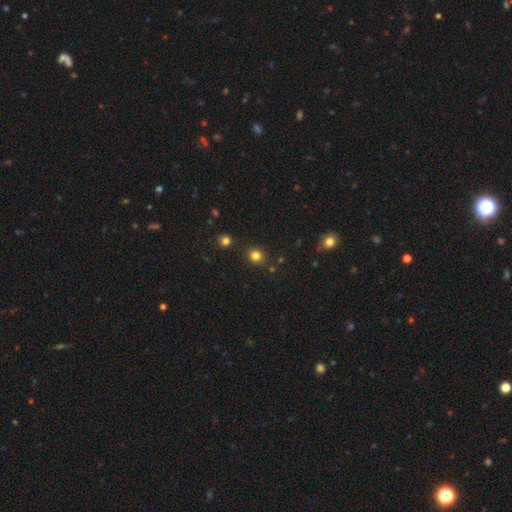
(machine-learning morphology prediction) Smooth or featured? Predicted: smooth (p=0.79). How rounded? Predicted: round (p=0.84). Merging? Predicted: none (p=0.87).